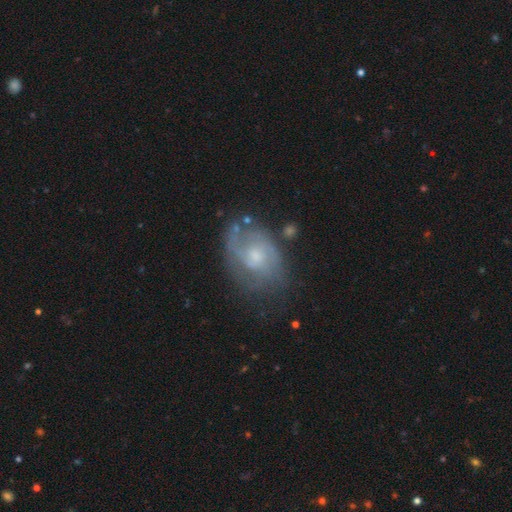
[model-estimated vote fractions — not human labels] smooth_or_featured: featured or disk (p=0.71) [alt: smooth p=0.22]
disk_edge_on: no (p=0.97) [alt: yes p=0.03]
bar: no (p=0.66) [alt: weak p=0.31]
has_spiral_arms: yes (p=0.81) [alt: no p=0.19]
spiral_winding: medium (p=0.41) [tied with: tight p=0.41]
spiral_arm_count: 2 (p=0.46) [alt: can't tell p=0.33]
bulge_size: small (p=0.46) [alt: moderate p=0.43]
merging: none (p=0.61) [alt: minor disturbance p=0.23]